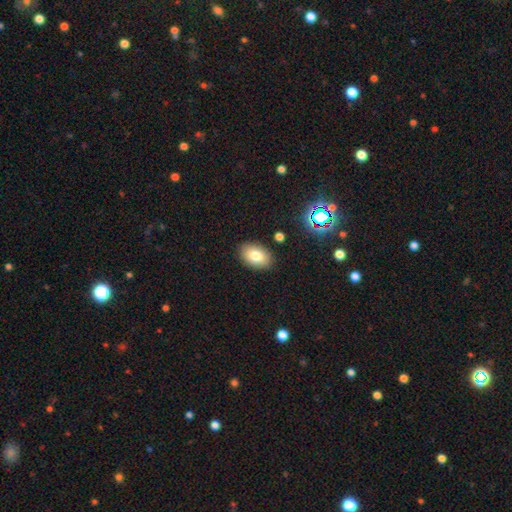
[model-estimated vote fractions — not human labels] smooth_or_featured: smooth (p=0.79) [alt: featured or disk p=0.11]
how_rounded: in between (p=0.87) [alt: round p=0.12]
merging: none (p=0.87) [alt: minor disturbance p=0.09]